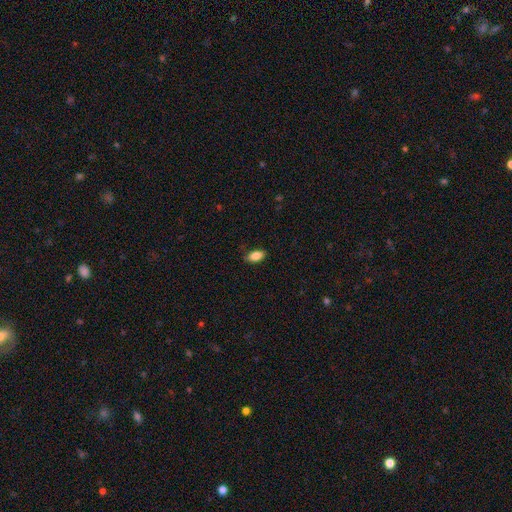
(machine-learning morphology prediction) type=smooth (87%); roundness=in between (91%); merging=none (84%).